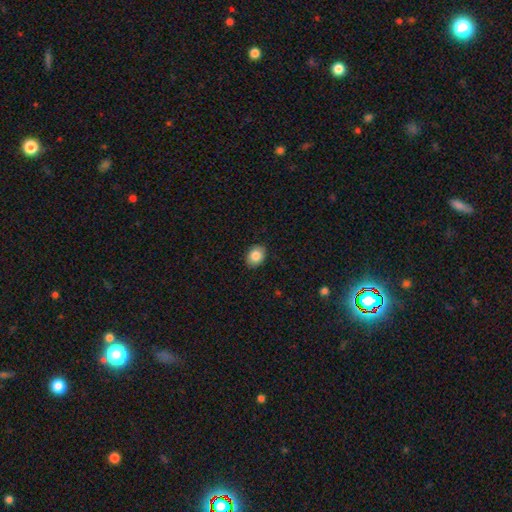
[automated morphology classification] smooth_or_featured: smooth (p=0.85) [alt: star or artifact p=0.08]
how_rounded: in between (p=0.67) [alt: round p=0.32]
merging: none (p=0.89) [alt: minor disturbance p=0.08]